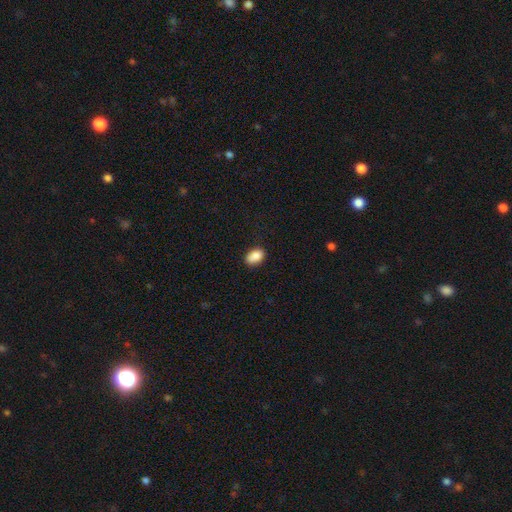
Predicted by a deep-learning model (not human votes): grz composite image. It shows a smooth galaxy with no disk features (85%) that is in between round and cigar-shaped (86%). Merging: none (69%).